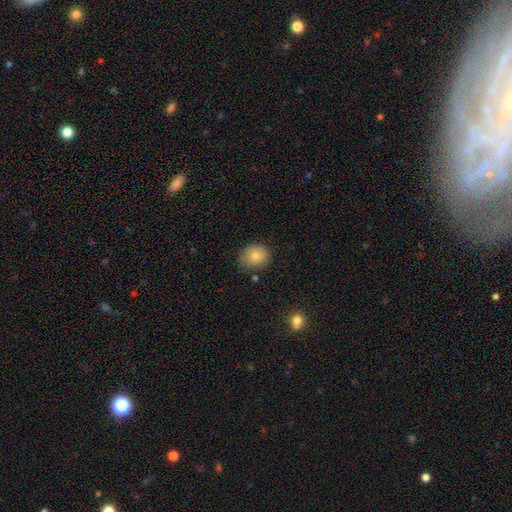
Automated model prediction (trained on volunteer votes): Smooth or featured?
  - smooth: 81% *
  - star or artifact: 10%
  - featured or disk: 9%
How rounded?
  - round: 72% *
  - in between: 28%
  - cigar-shaped: 1%
Merging?
  - none: 73% *
  - minor disturbance: 20%
  - major disturbance: 4%
  - merger: 3%